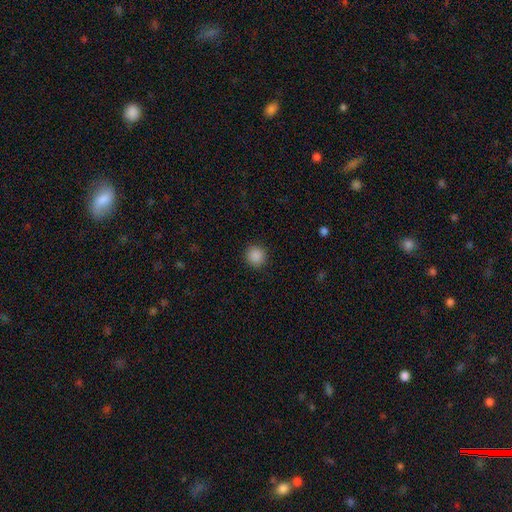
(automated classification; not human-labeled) A smooth galaxy with no disk features (88%) that is round (93%). Merging: none (92%).